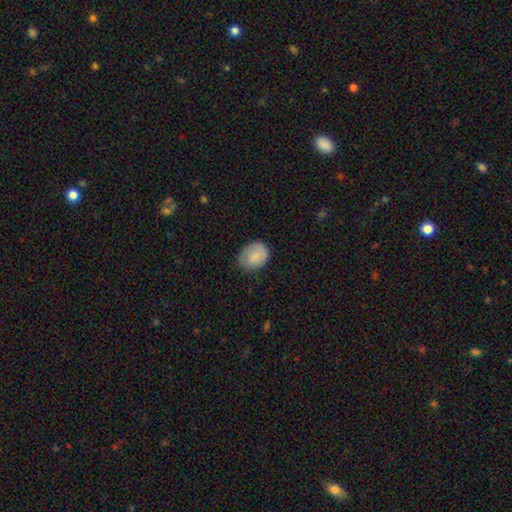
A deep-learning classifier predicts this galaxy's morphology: smooth 84%, featured or disk 9%, star or artifact 7%. Down the decision tree: how rounded — round (53%); merging — none (69%).